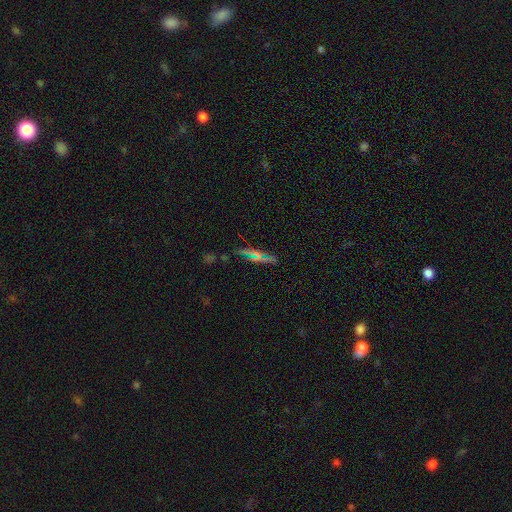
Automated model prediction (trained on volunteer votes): A smooth galaxy with no disk features (48%).

Vote fractions:
- Smooth or featured? smooth: 48% / star or artifact: 30% / featured or disk: 23%
- Merging? none: 73% / minor disturbance: 15% / major disturbance: 6% / merger: 5%